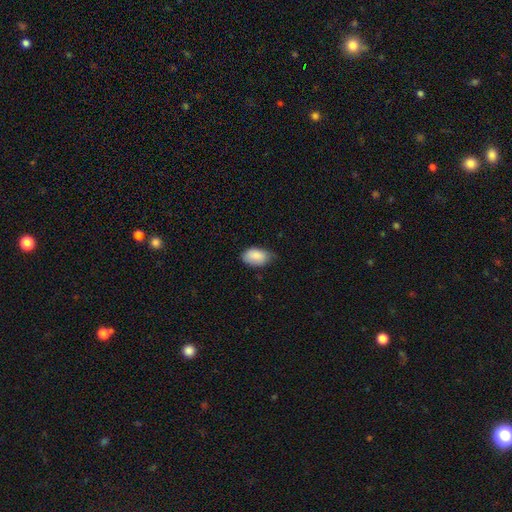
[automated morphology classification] smooth 88%, star or artifact 6%, featured or disk 6%. Down the decision tree: how rounded — in between (92%); merging — none (55%).